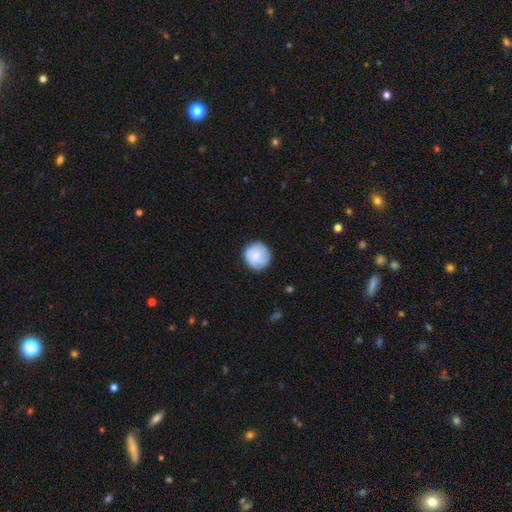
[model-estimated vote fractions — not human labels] Smooth or featured: smooth — 71% (featured or disk — 24%)
How rounded: round — 93% (in between — 6%)
Merging: none — 84% (minor disturbance — 12%)